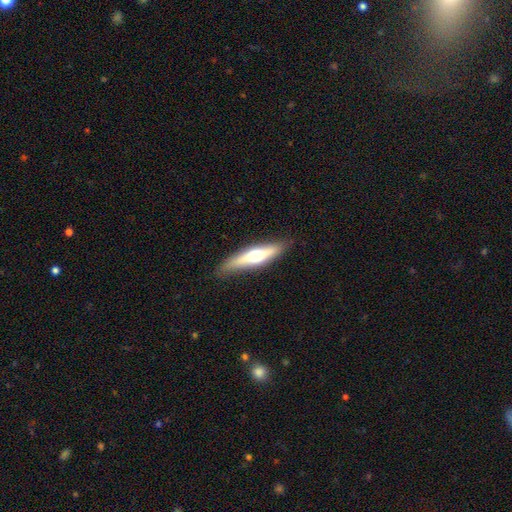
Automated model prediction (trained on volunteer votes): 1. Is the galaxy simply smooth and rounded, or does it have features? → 52% featured or disk, 42% smooth, 6% star or artifact.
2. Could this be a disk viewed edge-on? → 90% yes, 10% no.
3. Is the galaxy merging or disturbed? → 86% none, 11% minor disturbance, 2% major disturbance, 1% merger.